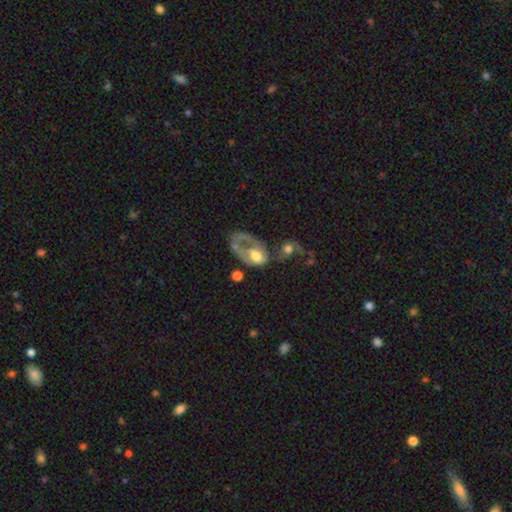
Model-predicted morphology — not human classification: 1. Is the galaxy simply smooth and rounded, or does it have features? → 56% featured or disk, 36% smooth, 9% star or artifact.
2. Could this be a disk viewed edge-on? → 95% no, 5% yes.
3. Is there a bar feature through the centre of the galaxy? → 78% no, 18% weak, 4% strong.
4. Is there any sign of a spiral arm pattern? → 61% no, 39% yes.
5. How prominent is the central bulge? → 54% moderate, 24% large, 13% small, 6% none, 3% dominant.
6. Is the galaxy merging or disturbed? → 42% merger, 36% major disturbance, 13% none, 10% minor disturbance.